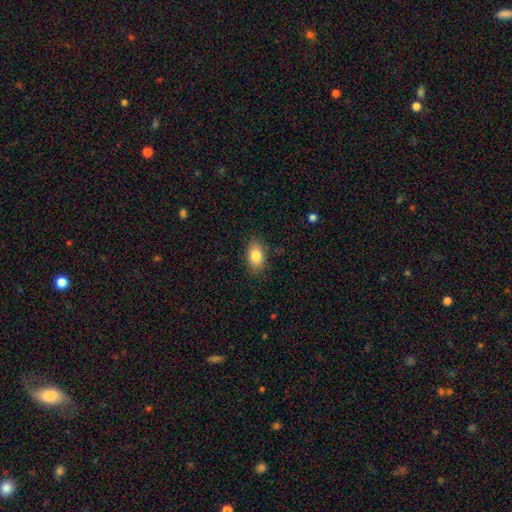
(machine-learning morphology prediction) Smooth or featured: smooth — 83% (featured or disk — 9%)
How rounded: in between — 87% (round — 11%)
Merging: none — 84% (minor disturbance — 12%)